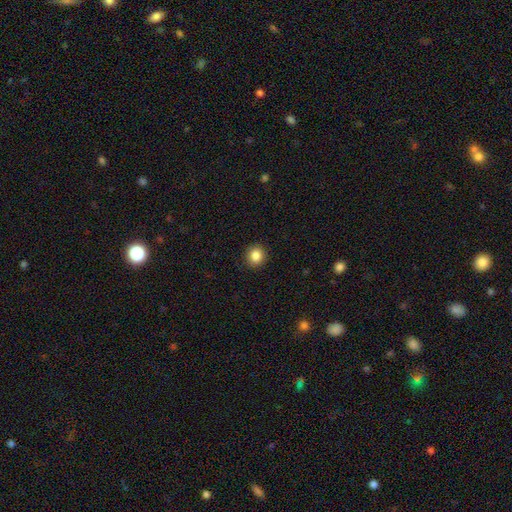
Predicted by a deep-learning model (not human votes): A smooth galaxy with no disk features (85%) that is round (86%). Merging: none (91%).